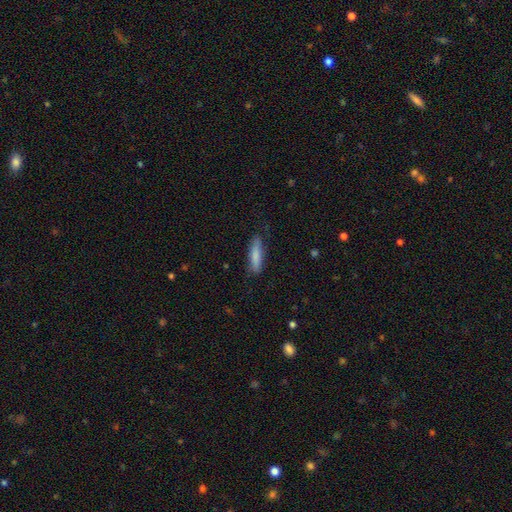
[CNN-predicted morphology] Smooth or featured? Predicted: smooth (p=0.81). How rounded? Predicted: cigar-shaped (p=0.73). Merging? Predicted: none (p=0.80).